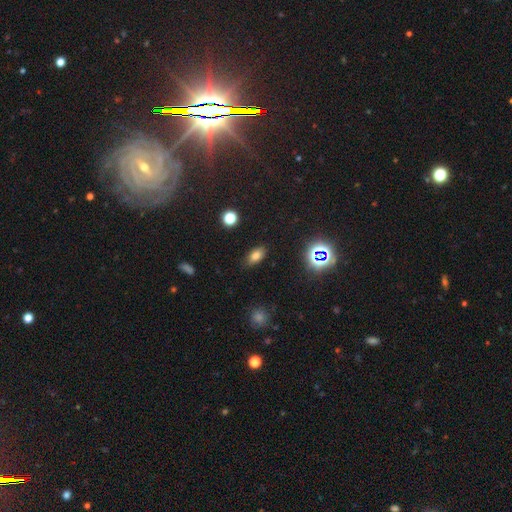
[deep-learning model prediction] This is likely a smooth galaxy (74%). How rounded: clearly in between (87%). Merging: clearly none (85%).